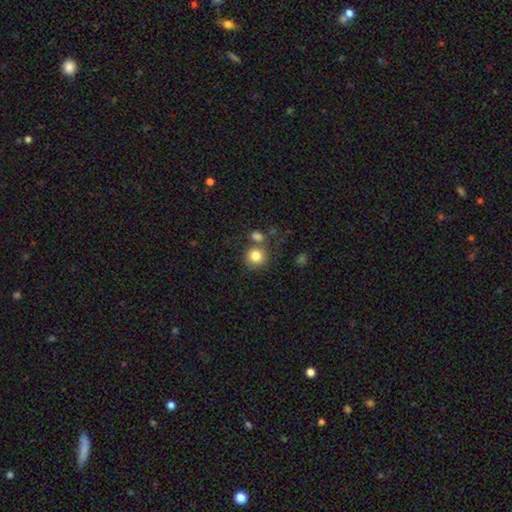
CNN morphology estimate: type=smooth (82%); roundness=round (90%); merging=none (66%).